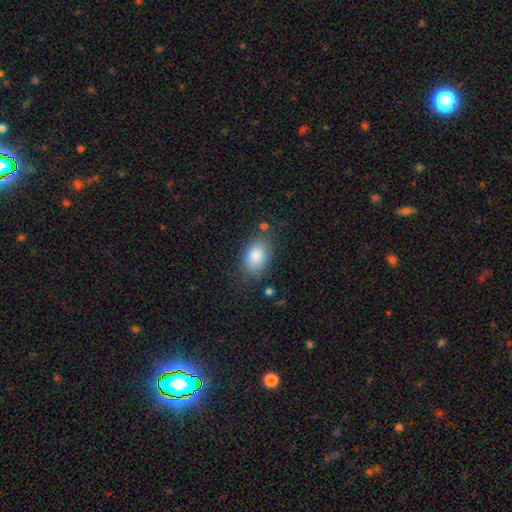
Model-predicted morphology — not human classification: smooth-or-featured: smooth: 86% | star or artifact: 7% | featured or disk: 7%
  how-rounded: in between: 88% | round: 11% | cigar-shaped: 2%
  merging: none: 76% | minor disturbance: 16% | major disturbance: 5% | merger: 3%